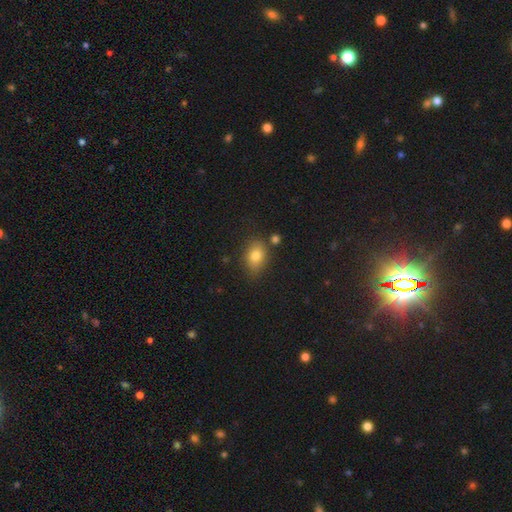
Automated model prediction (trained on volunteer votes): smooth-or-featured: smooth: 80% | featured or disk: 10% | star or artifact: 10%
  how-rounded: in between: 76% | round: 22% | cigar-shaped: 2%
  merging: none: 73% | minor disturbance: 17% | merger: 6% | major disturbance: 4%